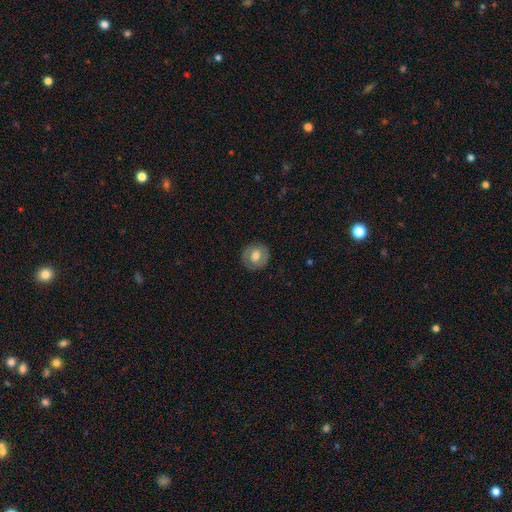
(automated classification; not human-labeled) smooth-or-featured: smooth: 59% | featured or disk: 33% | star or artifact: 8%
  how-rounded: round: 85% | in between: 14% | cigar-shaped: 1%
  merging: none: 86% | minor disturbance: 10% | major disturbance: 3% | merger: 1%